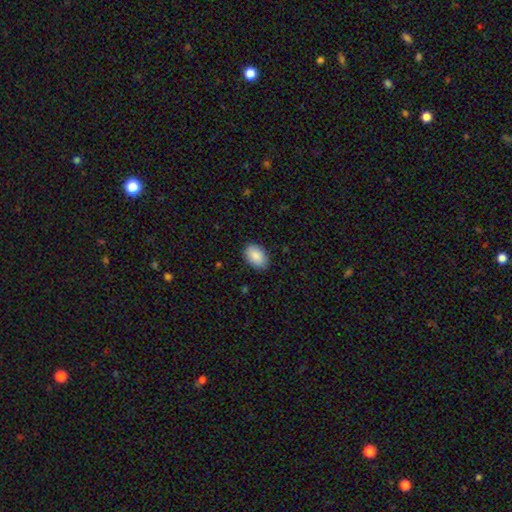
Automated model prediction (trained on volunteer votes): Smooth or featured? Predicted: smooth (p=0.89). How rounded? Predicted: in between (p=0.88). Merging? Predicted: none (p=0.86).